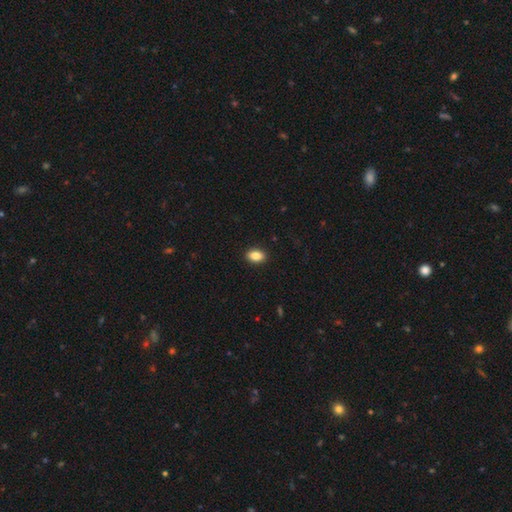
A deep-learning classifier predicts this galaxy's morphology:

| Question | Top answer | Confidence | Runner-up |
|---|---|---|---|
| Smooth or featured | smooth | 87% | star or artifact (8%) |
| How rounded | in between | 86% | round (12%) |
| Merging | none | 90% | minor disturbance (7%) |